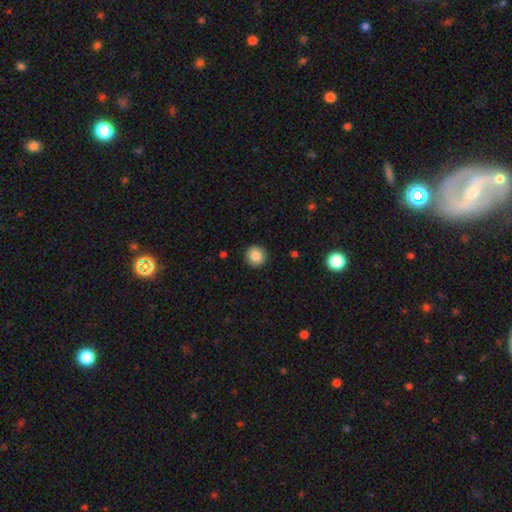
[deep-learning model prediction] A smooth galaxy with no disk features (86%) that is round (93%).

Vote fractions:
- Smooth or featured? smooth: 86% / star or artifact: 9% / featured or disk: 5%
- How rounded? round: 93% / in between: 6% / cigar-shaped: 1%
- Merging? none: 92% / minor disturbance: 6% / major disturbance: 2% / merger: 1%